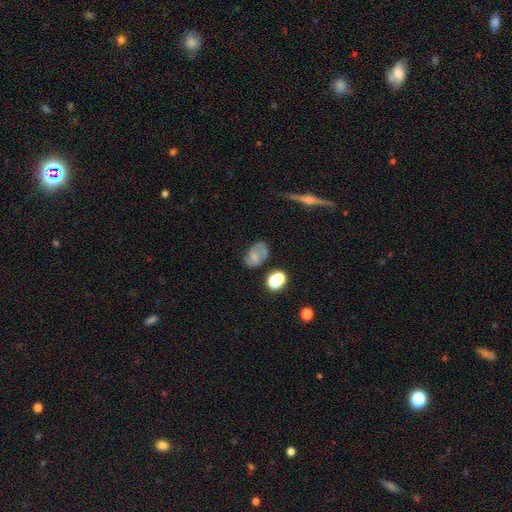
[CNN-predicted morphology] A smooth galaxy with no disk features (59%) that is in between round and cigar-shaped (80%).

Vote fractions:
- Smooth or featured? smooth: 59% / featured or disk: 27% / star or artifact: 14%
- How rounded? in between: 80% / round: 18% / cigar-shaped: 1%
- Merging? none: 52% / minor disturbance: 27% / major disturbance: 13% / merger: 7%